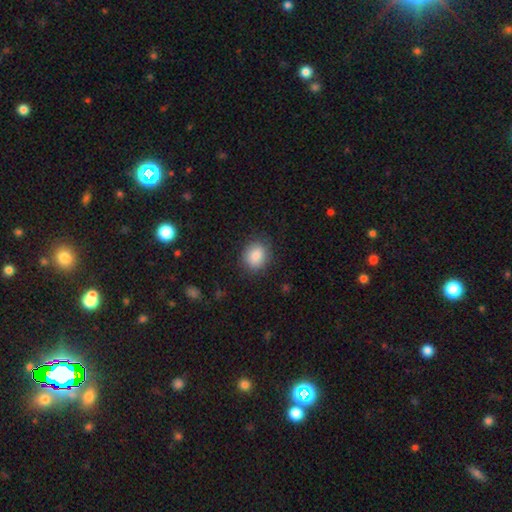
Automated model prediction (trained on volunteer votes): A smooth galaxy with no disk features (87%) that is round (56%). Merging: none (84%).